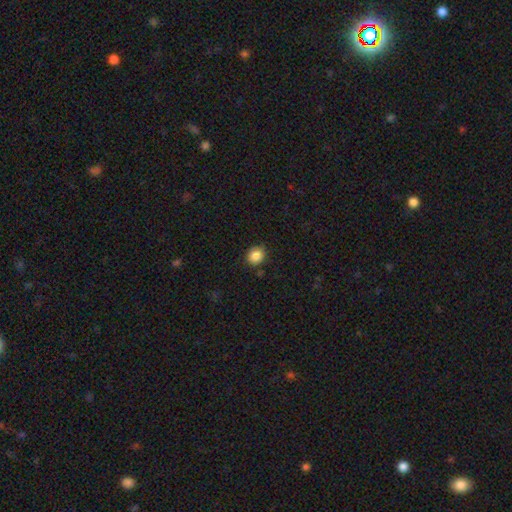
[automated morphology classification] Smooth or featured? smooth (87%)
How rounded? round (75%)
Merging? none (86%)